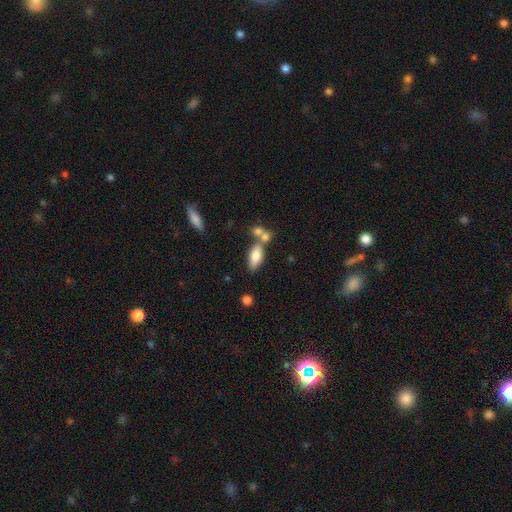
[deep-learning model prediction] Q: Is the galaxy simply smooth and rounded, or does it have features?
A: smooth — 74%.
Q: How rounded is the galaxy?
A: in between — 79%.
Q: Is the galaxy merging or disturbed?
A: none — 50%.